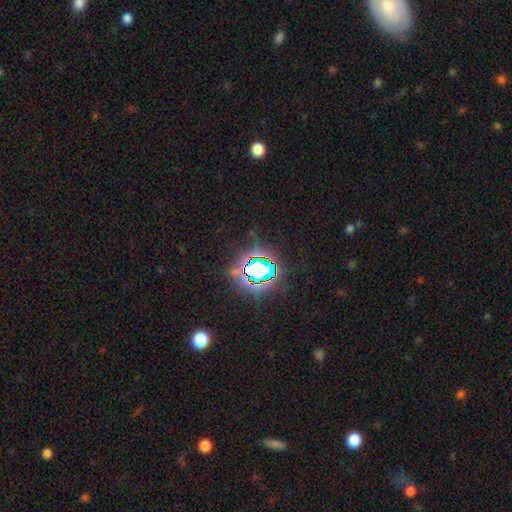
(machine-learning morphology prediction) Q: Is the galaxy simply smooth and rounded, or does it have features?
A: star or artifact — 81%.